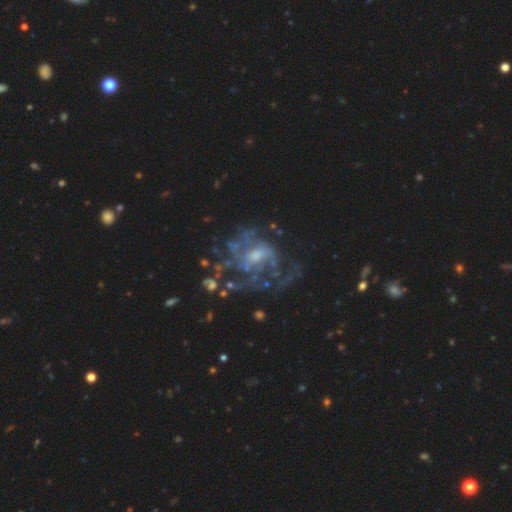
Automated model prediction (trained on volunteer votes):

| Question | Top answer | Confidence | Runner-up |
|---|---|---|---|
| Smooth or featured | featured or disk | 82% | star or artifact (9%) |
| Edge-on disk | no | 98% | yes (2%) |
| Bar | no | 54% | weak (37%) |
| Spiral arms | yes | 78% | no (22%) |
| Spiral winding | medium | 42% | tight (33%) |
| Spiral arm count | can't tell | 44% | 2 (17%) |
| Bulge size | moderate | 49% | small (36%) |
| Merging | none | 47% | major disturbance (32%) |